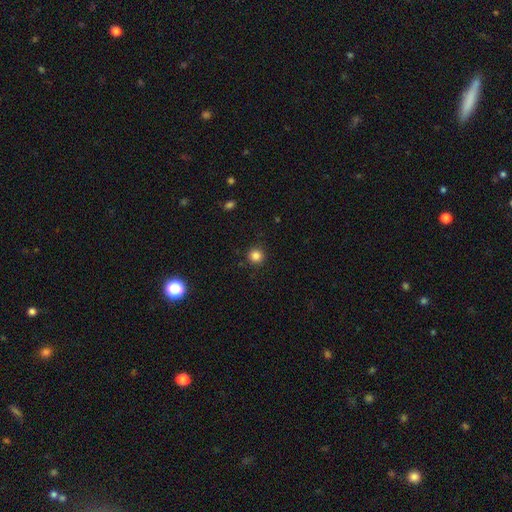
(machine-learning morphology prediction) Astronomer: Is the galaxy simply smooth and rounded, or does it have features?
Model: smooth — 84%.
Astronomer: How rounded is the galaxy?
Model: round — 95%.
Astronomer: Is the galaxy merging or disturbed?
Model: none — 91%.